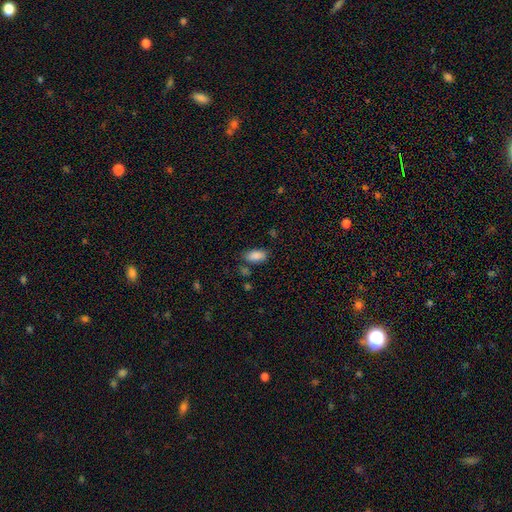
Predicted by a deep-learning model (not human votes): This is clearly a smooth galaxy (87%). How rounded: clearly in between (92%). Merging: likely none (74%).